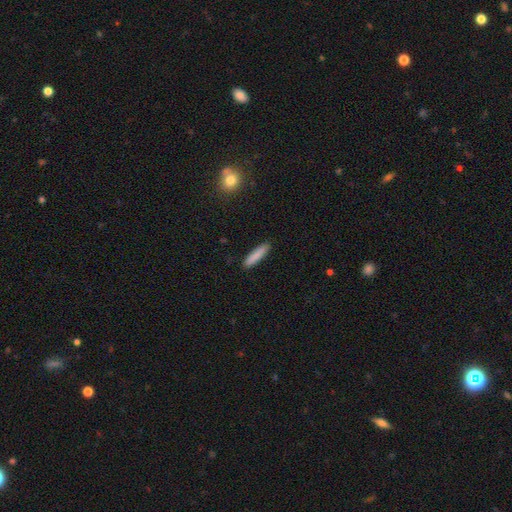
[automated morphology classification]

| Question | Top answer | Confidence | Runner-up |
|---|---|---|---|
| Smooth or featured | smooth | 86% | featured or disk (8%) |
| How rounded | cigar-shaped | 84% | in between (14%) |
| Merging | none | 90% | minor disturbance (8%) |